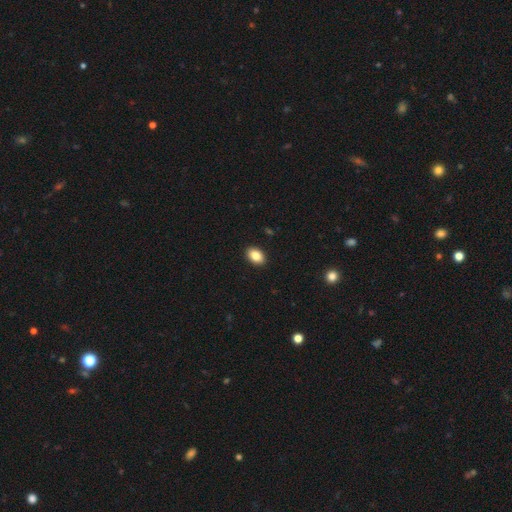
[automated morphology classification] smooth_or_featured: smooth (p=0.85) [alt: star or artifact p=0.08]
how_rounded: in between (p=0.85) [alt: round p=0.14]
merging: none (p=0.91) [alt: minor disturbance p=0.06]